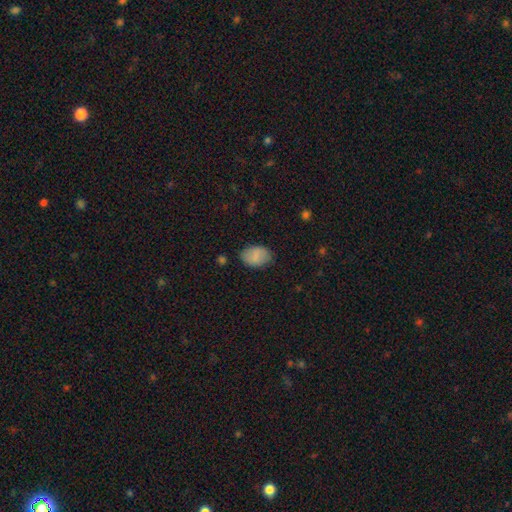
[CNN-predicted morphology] smooth_or_featured: smooth (p=0.82) [alt: featured or disk p=0.10]
how_rounded: in between (p=0.85) [alt: round p=0.14]
merging: none (p=0.80) [alt: minor disturbance p=0.15]